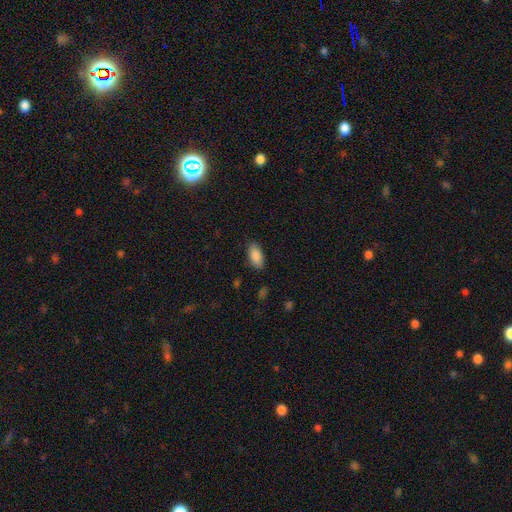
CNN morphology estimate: The model was most divided on "merging": none: 84%, minor disturbance: 12%, major disturbance: 3%, merger: 1%. More confident: how rounded — in between (92%); smooth or featured — smooth (88%).